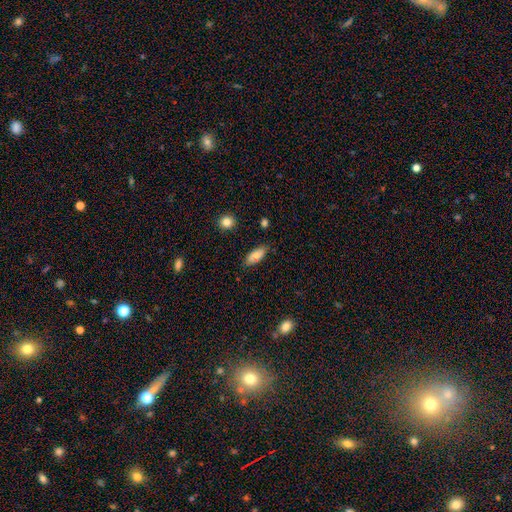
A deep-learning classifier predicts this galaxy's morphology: This is clearly a smooth galaxy (85%). How rounded: likely in between (79%). Merging: clearly none (82%).